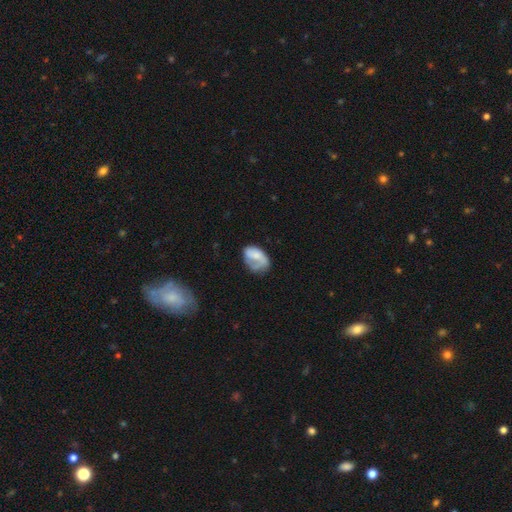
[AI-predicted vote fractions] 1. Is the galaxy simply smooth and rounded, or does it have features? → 54% smooth, 39% featured or disk, 7% star or artifact.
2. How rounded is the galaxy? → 87% in between, 12% round, 1% cigar-shaped.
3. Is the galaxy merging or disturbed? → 34% none (tied), 34% major disturbance (tied), 29% minor disturbance, 4% merger.